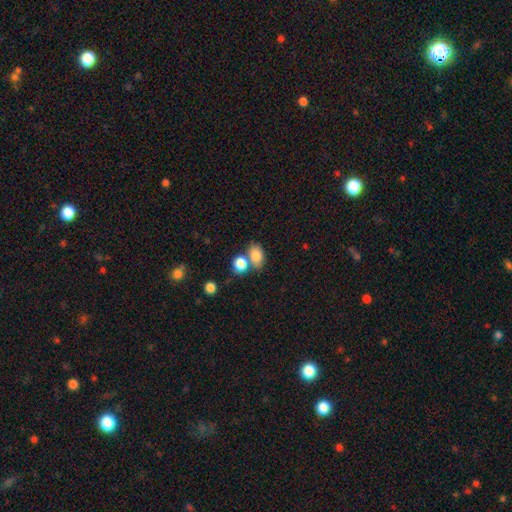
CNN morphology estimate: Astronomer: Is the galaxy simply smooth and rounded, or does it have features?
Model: smooth — 83%.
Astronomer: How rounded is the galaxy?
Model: in between — 76%.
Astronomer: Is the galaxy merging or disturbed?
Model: none — 52% (runner-up: merger, 30%).